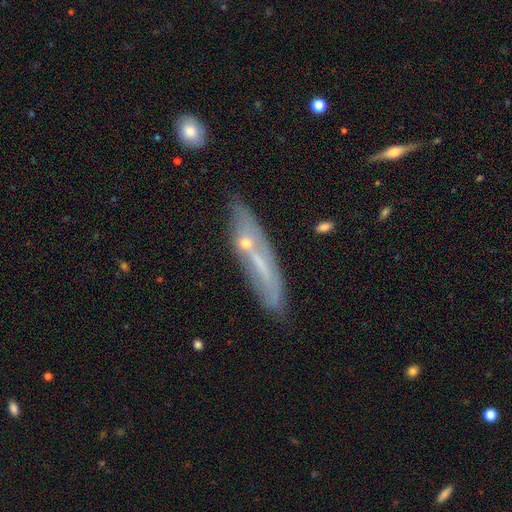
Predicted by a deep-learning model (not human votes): Smooth or featured? Predicted: featured or disk (p=0.56). Edge-on disk? Predicted: yes (p=0.57). Merging? Predicted: none (p=0.69).